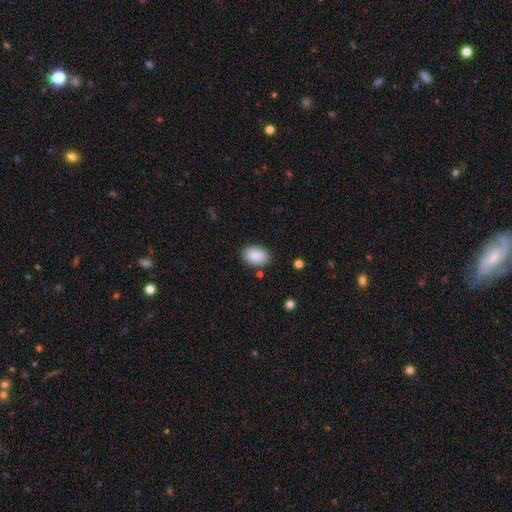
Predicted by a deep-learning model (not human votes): Smooth or featured? Predicted: smooth (p=0.90). How rounded? Predicted: in between (p=0.88). Merging? Predicted: none (p=0.86).